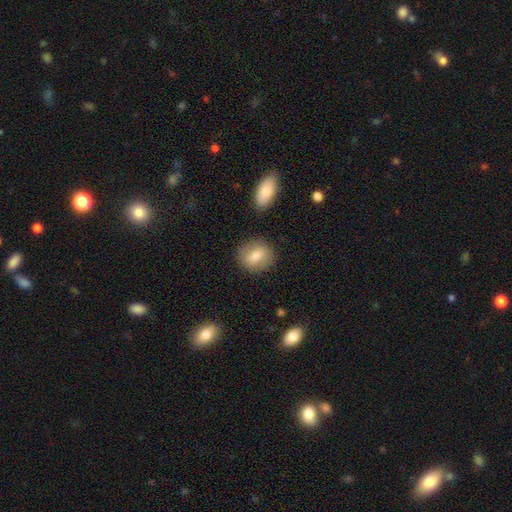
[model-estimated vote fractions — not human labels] A smooth galaxy with no disk features (74%) that is round (69%).

Vote fractions:
- Smooth or featured? smooth: 74% / featured or disk: 18% / star or artifact: 8%
- How rounded? round: 69% / in between: 29% / cigar-shaped: 2%
- Merging? none: 83% / minor disturbance: 11% / merger: 3% / major disturbance: 3%